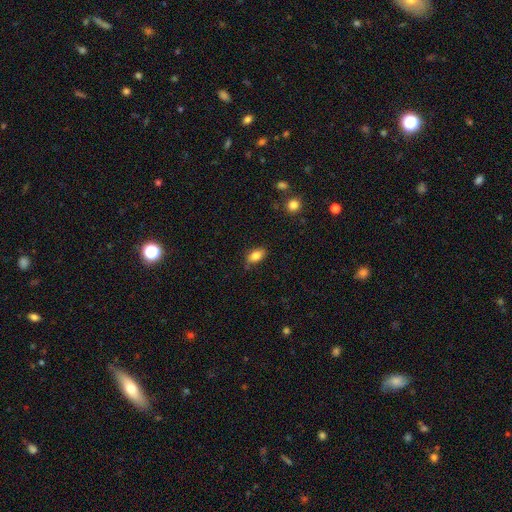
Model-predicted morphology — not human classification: Q: Smooth or featured?
A: smooth (83%); runner-up: featured or disk (9%)
Q: How rounded?
A: in between (88%); runner-up: round (9%)
Q: Merging?
A: none (77%); runner-up: minor disturbance (18%)